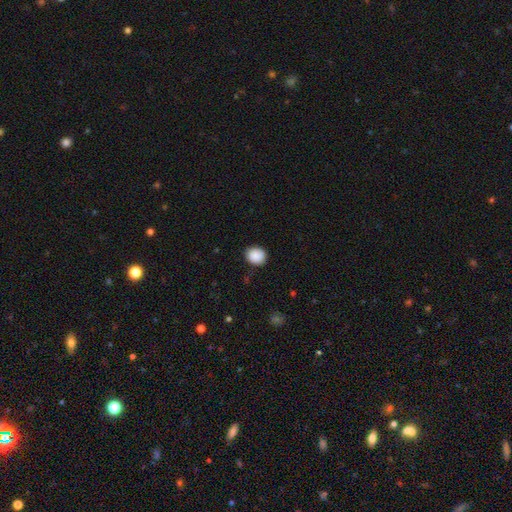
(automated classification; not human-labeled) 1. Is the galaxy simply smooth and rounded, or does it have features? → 90% smooth, 8% star or artifact, 3% featured or disk.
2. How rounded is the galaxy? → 77% round, 22% in between, 1% cigar-shaped.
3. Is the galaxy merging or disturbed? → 87% none, 10% minor disturbance, 2% major disturbance, 1% merger.